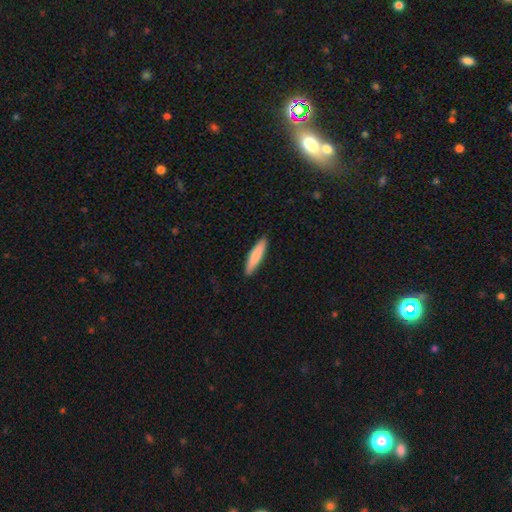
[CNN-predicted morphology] type=smooth (81%); roundness=cigar-shaped (83%); merging=none (90%).